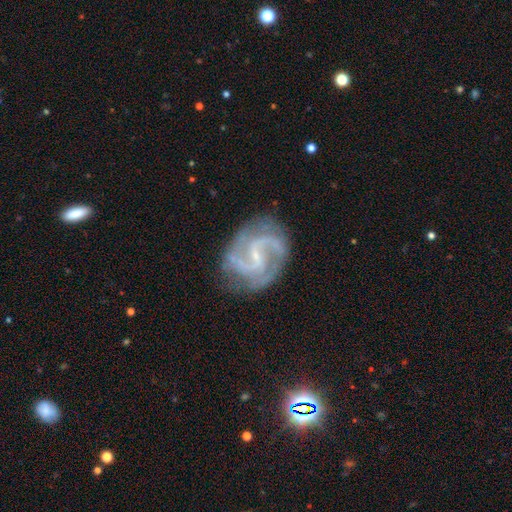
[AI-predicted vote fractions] This is clearly a featured or disk galaxy (91%). It is clearly not viewed edge-on (98%). Bar: possibly weak (49%). Spiral arm pattern: clearly yes (98%). Spiral arm count: clearly 2 (86%). Spiral winding: possibly medium (56%). Central bulge: likely small (75%). Merging: likely none (75%).